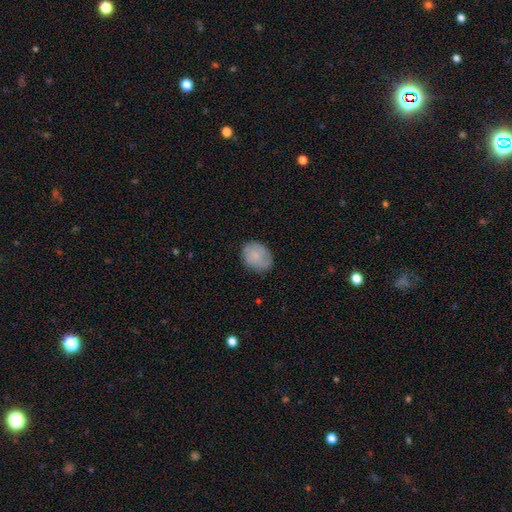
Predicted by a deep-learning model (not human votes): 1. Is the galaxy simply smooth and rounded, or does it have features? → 68% smooth, 25% featured or disk, 7% star or artifact.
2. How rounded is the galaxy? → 53% in between, 46% round, 1% cigar-shaped.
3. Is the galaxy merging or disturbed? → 76% none, 18% minor disturbance, 4% major disturbance, 1% merger.